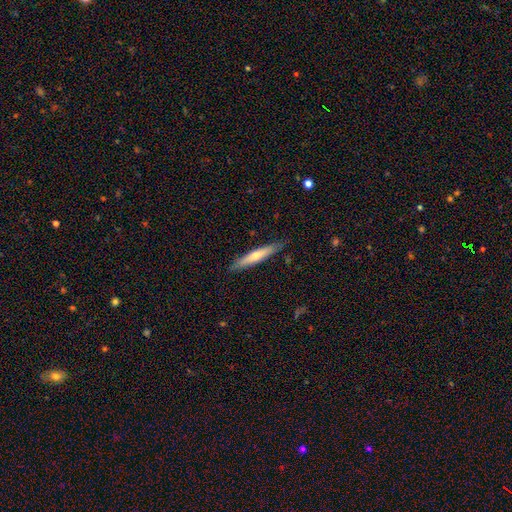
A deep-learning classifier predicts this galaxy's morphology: Q: Smooth or featured?
A: smooth (55%); runner-up: featured or disk (39%)
Q: How rounded?
A: cigar-shaped (90%); runner-up: in between (8%)
Q: Merging?
A: none (86%); runner-up: minor disturbance (11%)